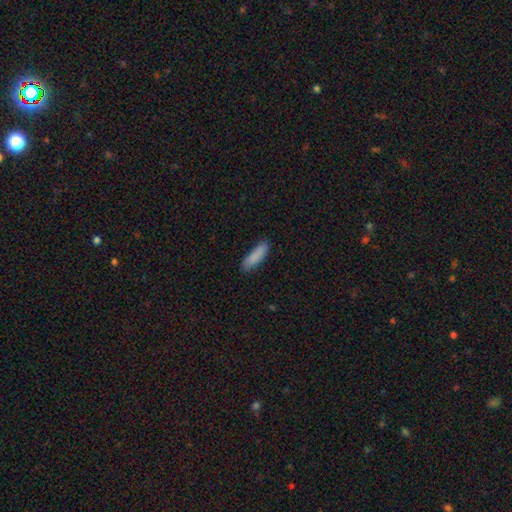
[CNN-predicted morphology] smooth 88%, star or artifact 6%, featured or disk 6%. Down the decision tree: how rounded — cigar-shaped (60%); merging — none (84%).